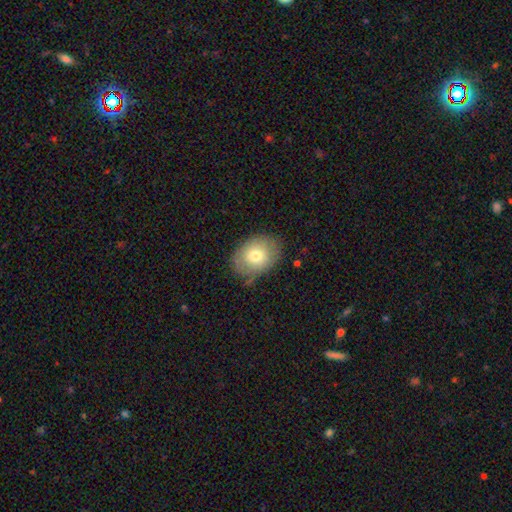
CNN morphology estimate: This is likely a smooth galaxy (73%). How rounded: likely in between (69%). Merging: likely none (73%).